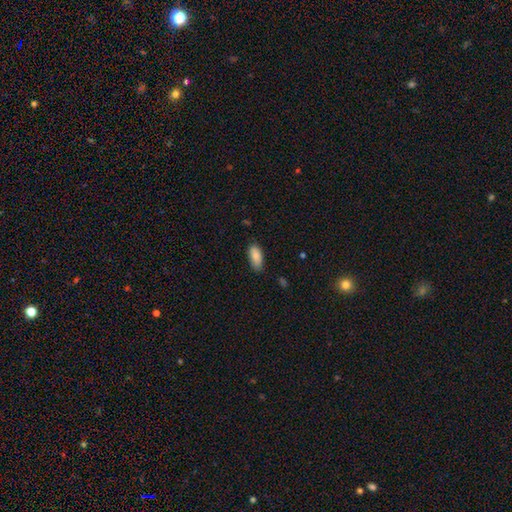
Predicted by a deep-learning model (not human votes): Smooth or featured: smooth — 87% (featured or disk — 7%)
How rounded: in between — 86% (cigar-shaped — 12%)
Merging: none — 77% (minor disturbance — 19%)